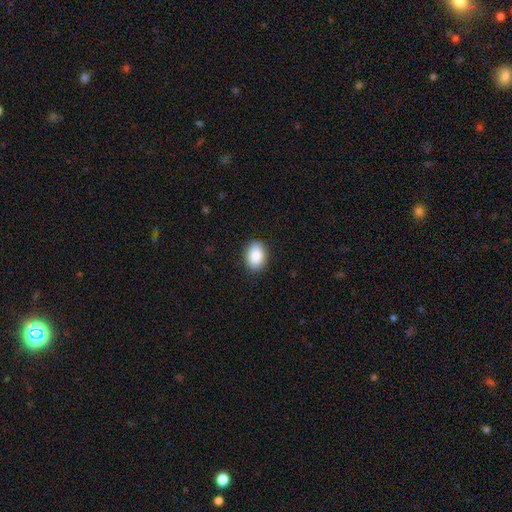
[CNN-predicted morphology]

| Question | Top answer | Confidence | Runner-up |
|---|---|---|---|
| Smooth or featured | smooth | 88% | star or artifact (7%) |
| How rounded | in between | 78% | round (21%) |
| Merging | none | 88% | minor disturbance (9%) |